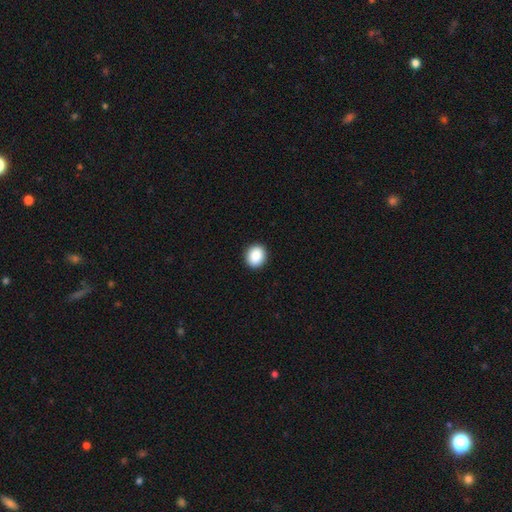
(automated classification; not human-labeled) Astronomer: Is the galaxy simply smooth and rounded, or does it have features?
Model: smooth — 89%.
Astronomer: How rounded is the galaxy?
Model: round — 65%.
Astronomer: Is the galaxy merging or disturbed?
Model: none — 92%.